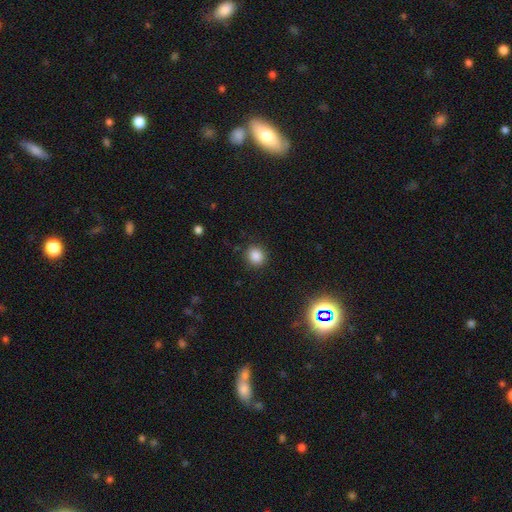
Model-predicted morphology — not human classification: This is clearly a smooth galaxy (85%). How rounded: clearly round (85%). Merging: clearly none (89%).